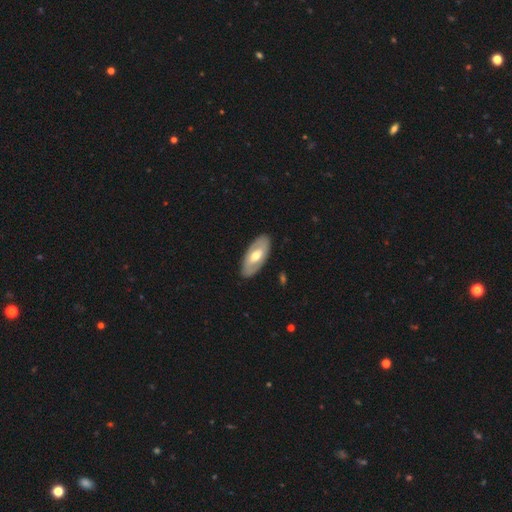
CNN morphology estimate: Smooth or featured: featured or disk — 54% (smooth — 41%)
Edge-on disk: no — 85% (yes — 15%)
Merging: none — 87% (minor disturbance — 9%)